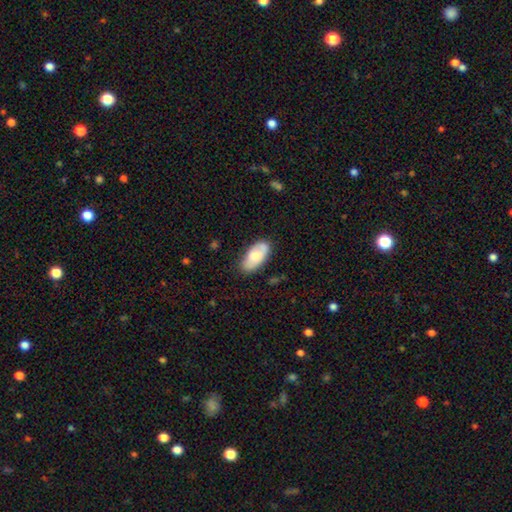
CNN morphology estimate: Smooth or featured: smooth — 68% (featured or disk — 26%)
How rounded: in between — 93% (cigar-shaped — 4%)
Merging: none — 77% (minor disturbance — 18%)